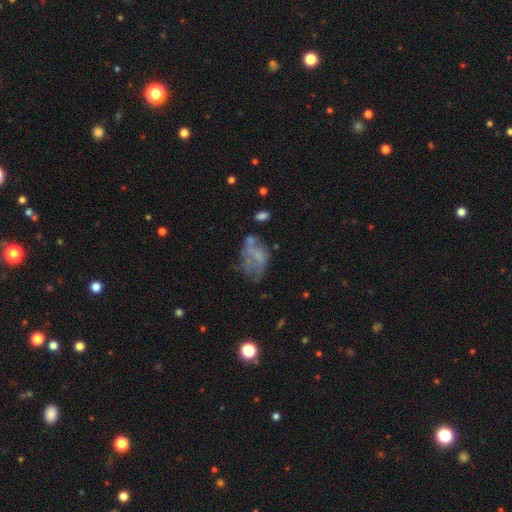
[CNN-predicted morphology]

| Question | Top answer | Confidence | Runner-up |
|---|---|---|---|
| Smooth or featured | featured or disk | 50% | smooth (36%) |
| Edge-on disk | no | 97% | yes (3%) |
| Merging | major disturbance | 34% | none (31%) |